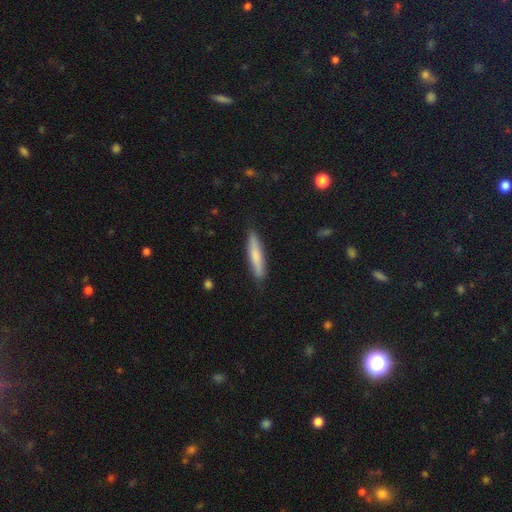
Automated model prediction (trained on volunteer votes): Morphology: type=smooth (73%); roundness=cigar-shaped (89%); merging=none (87%).